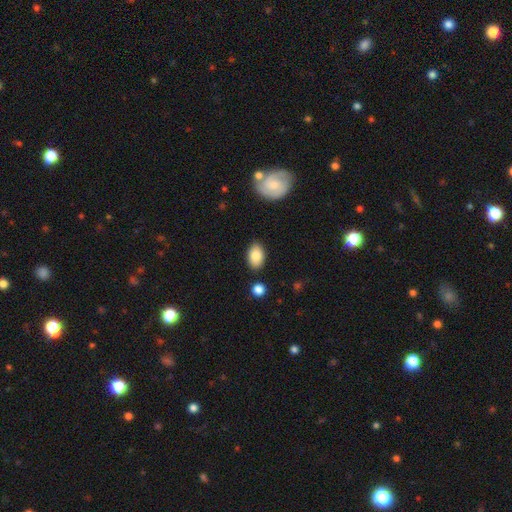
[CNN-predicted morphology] A smooth galaxy with no disk features (84%) that is in between round and cigar-shaped (90%).

Vote fractions:
- Smooth or featured? smooth: 84% / featured or disk: 9% / star or artifact: 7%
- How rounded? in between: 90% / round: 9% / cigar-shaped: 1%
- Merging? none: 84% / minor disturbance: 11% / merger: 3% / major disturbance: 2%